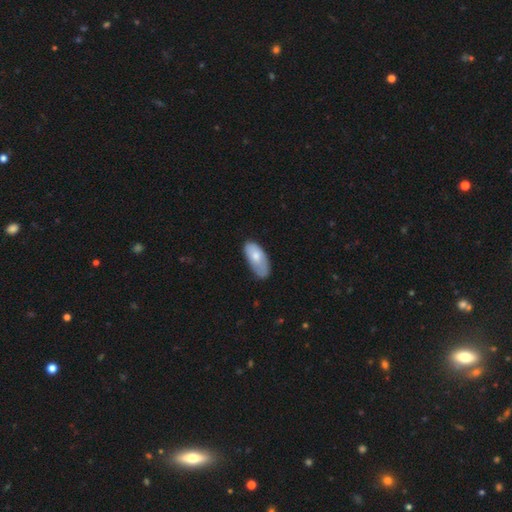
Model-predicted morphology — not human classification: Q: Smooth or featured?
A: smooth (74%); runner-up: featured or disk (20%)
Q: How rounded?
A: in between (91%); runner-up: cigar-shaped (7%)
Q: Merging?
A: none (51%); runner-up: minor disturbance (37%)